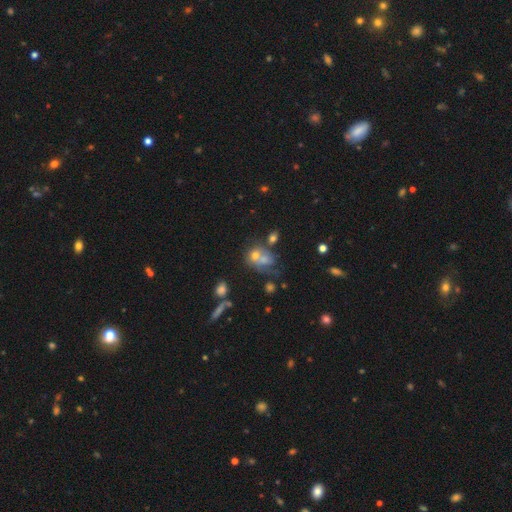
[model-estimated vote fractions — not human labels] This is possibly a smooth galaxy (56%). How rounded: possibly round (53%). Merging: possibly merger (46%).